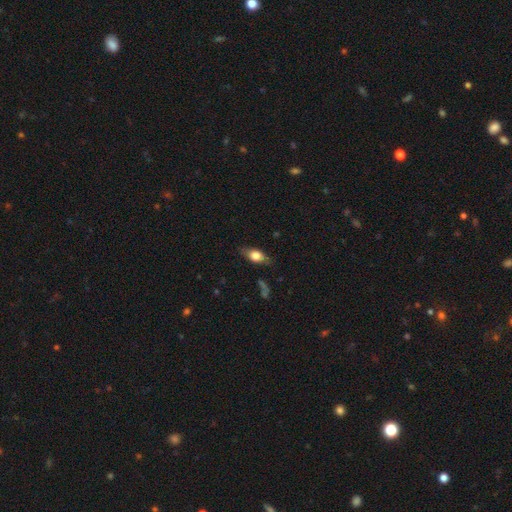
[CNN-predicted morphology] smooth-or-featured: smooth: 68% | featured or disk: 25% | star or artifact: 8%
  how-rounded: in between: 78% | cigar-shaped: 13% | round: 9%
  merging: none: 77% | minor disturbance: 17% | major disturbance: 4% | merger: 2%